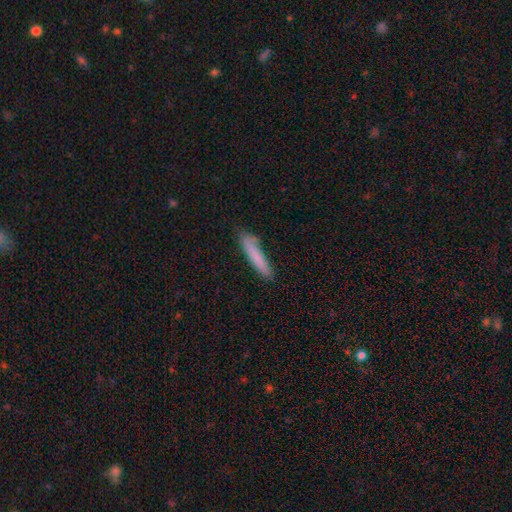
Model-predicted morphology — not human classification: A smooth galaxy with no disk features (79%) that is cigar-shaped (91%).

Vote fractions:
- Smooth or featured? smooth: 79% / featured or disk: 14% / star or artifact: 6%
- How rounded? cigar-shaped: 91% / in between: 8% / round: 1%
- Merging? none: 80% / minor disturbance: 15% / major disturbance: 3% / merger: 2%